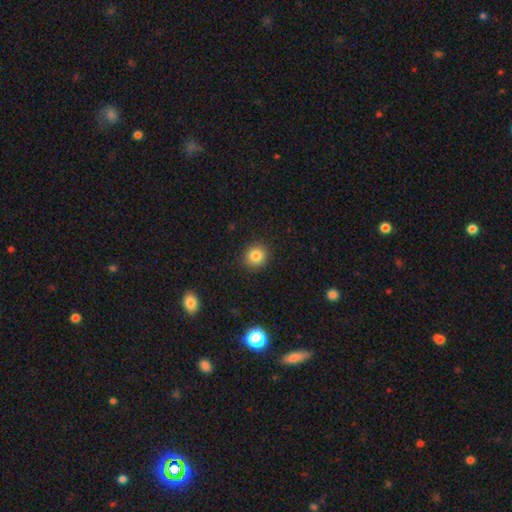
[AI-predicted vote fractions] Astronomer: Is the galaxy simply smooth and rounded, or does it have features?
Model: smooth — 83%.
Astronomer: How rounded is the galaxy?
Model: round — 89%.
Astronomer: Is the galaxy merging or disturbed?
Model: none — 91%.